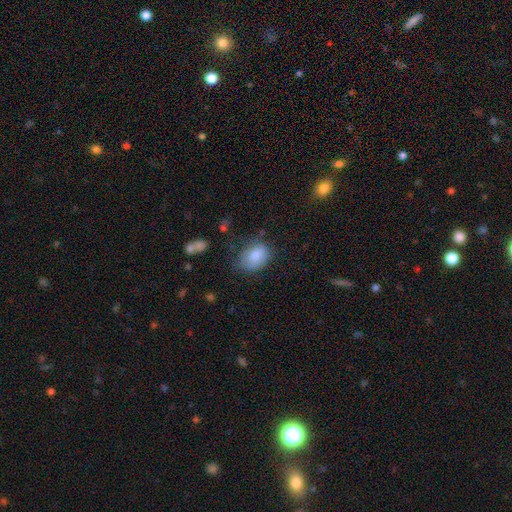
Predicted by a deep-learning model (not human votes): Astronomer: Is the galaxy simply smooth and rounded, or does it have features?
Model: smooth — 83%.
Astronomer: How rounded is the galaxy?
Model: in between — 78%.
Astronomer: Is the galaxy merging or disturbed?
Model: none — 58%.